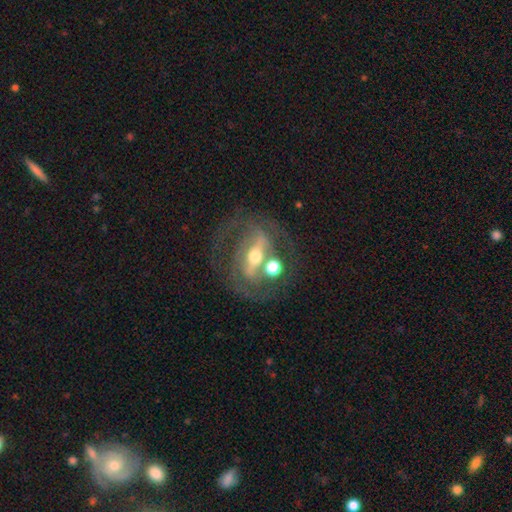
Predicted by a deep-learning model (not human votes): Smooth or featured? Predicted: featured or disk (p=0.78). Edge-on disk? Predicted: no (p=0.87). Bar? Predicted: strong (p=0.66). Spiral arms? Predicted: yes (p=0.67). Bulge size? Predicted: moderate (p=0.68). Merging? Predicted: none (p=0.54).